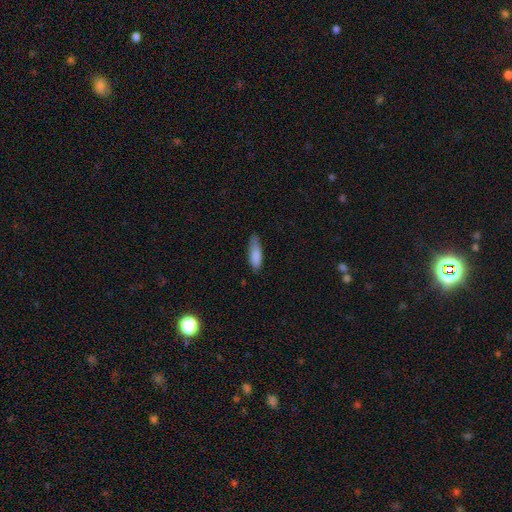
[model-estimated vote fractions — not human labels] Smooth or featured? smooth (85%)
How rounded? cigar-shaped (50%)
Merging? none (68%)